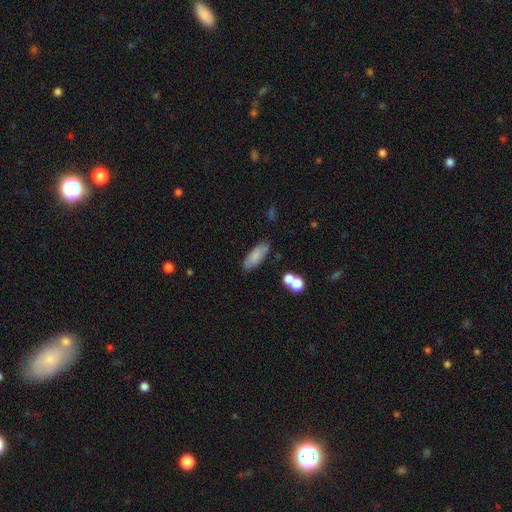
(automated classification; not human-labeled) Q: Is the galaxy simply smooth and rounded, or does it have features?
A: smooth — 78%.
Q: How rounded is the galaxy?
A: in between — 73%.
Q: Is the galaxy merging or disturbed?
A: none — 80%.